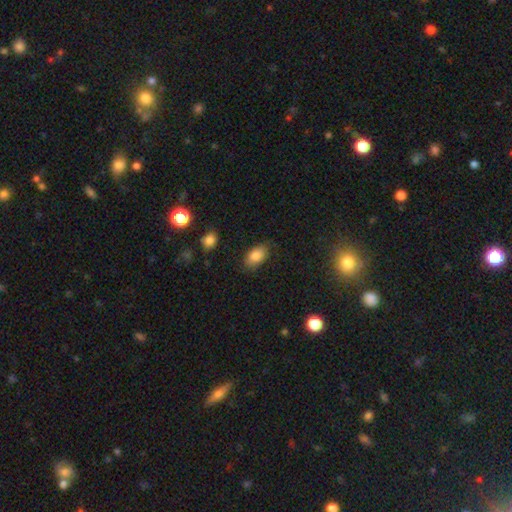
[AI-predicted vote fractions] The model was most divided on "merging": none: 80%, minor disturbance: 15%, major disturbance: 4%, merger: 1%. More confident: how rounded — in between (91%); smooth or featured — smooth (85%).